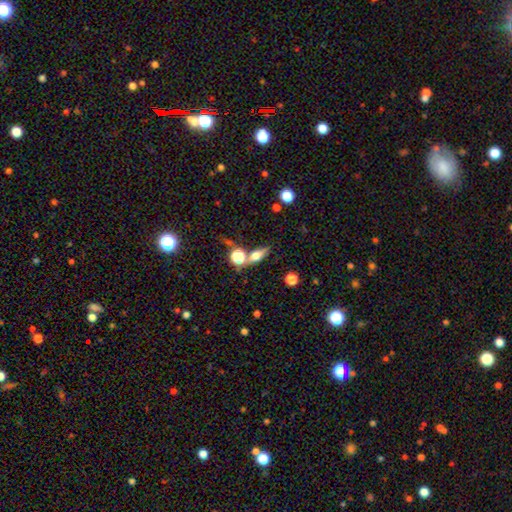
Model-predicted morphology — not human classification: A smooth galaxy with no disk features (56%) that is in between round and cigar-shaped (51%).

Vote fractions:
- Smooth or featured? smooth: 56% / featured or disk: 31% / star or artifact: 13%
- How rounded? in between: 51% / cigar-shaped: 30% / round: 19%
- Merging? none: 63% / merger: 19% / minor disturbance: 12% / major disturbance: 5%